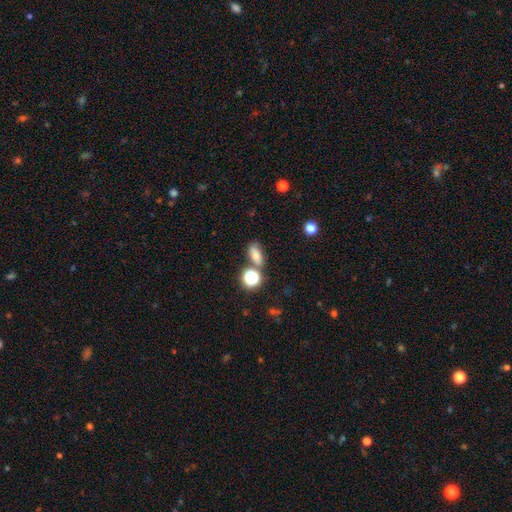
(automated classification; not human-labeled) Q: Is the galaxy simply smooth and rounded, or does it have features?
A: smooth — 68%.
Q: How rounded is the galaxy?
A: in between — 73%.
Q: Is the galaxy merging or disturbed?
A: none — 62%.